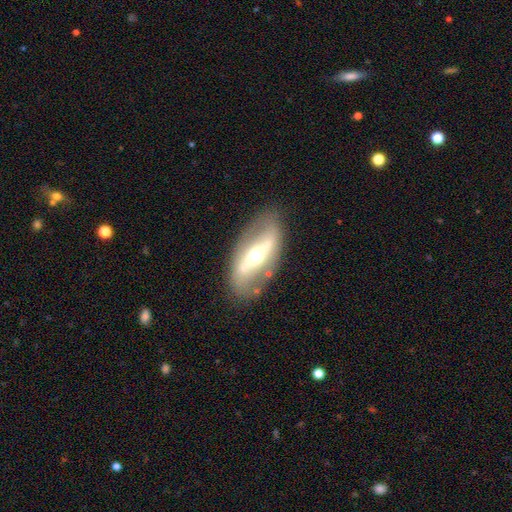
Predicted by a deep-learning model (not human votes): Smooth or featured?
  - featured or disk: 73% *
  - smooth: 20%
  - star or artifact: 6%
Edge-on disk?
  - no: 77% *
  - yes: 23%
Bar?
  - strong: 69% *
  - weak: 18%
  - no: 13%
Spiral arms?
  - no: 64% *
  - yes: 36%
Bulge size?
  - moderate: 69% *
  - small: 19%
  - large: 10%
  - dominant: 2%
  - none: 1%
Merging?
  - none: 79% *
  - minor disturbance: 13%
  - major disturbance: 6%
  - merger: 2%